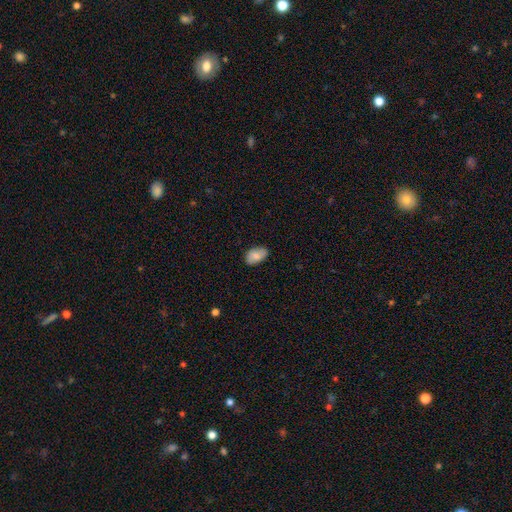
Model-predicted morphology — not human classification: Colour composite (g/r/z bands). It shows a smooth galaxy with no disk features (76%) that is in between round and cigar-shaped (91%). Merging: none (79%).